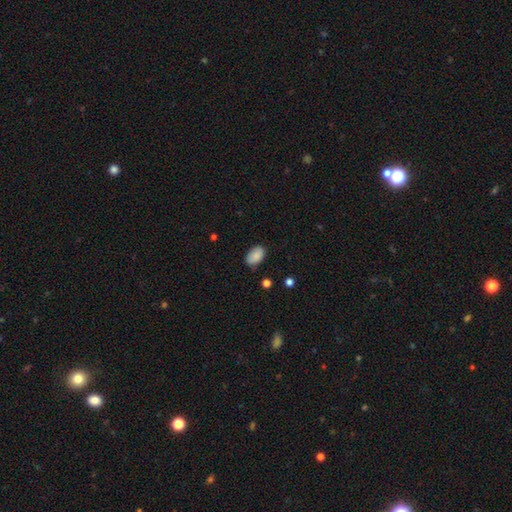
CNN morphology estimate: Smooth or featured? Predicted: smooth (p=0.87). How rounded? Predicted: in between (p=0.91). Merging? Predicted: none (p=0.77).